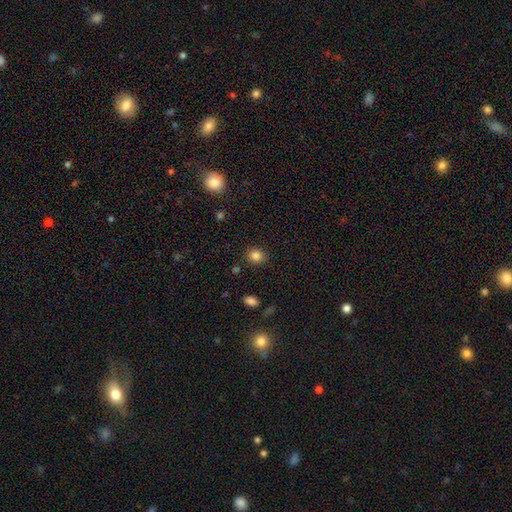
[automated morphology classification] smooth_or_featured: smooth (p=0.84) [alt: star or artifact p=0.12]
how_rounded: round (p=0.72) [alt: in between p=0.27]
merging: none (p=0.87) [alt: minor disturbance p=0.08]